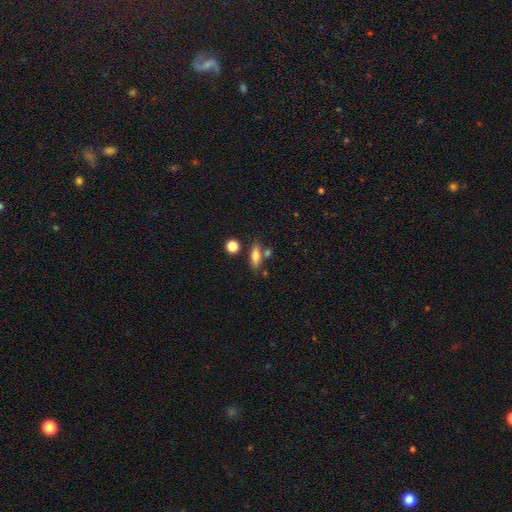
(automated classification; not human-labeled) smooth-or-featured: smooth: 71% | featured or disk: 20% | star or artifact: 9%
  how-rounded: in between: 54% | cigar-shaped: 39% | round: 7%
  merging: none: 69% | minor disturbance: 13% | merger: 13% | major disturbance: 4%